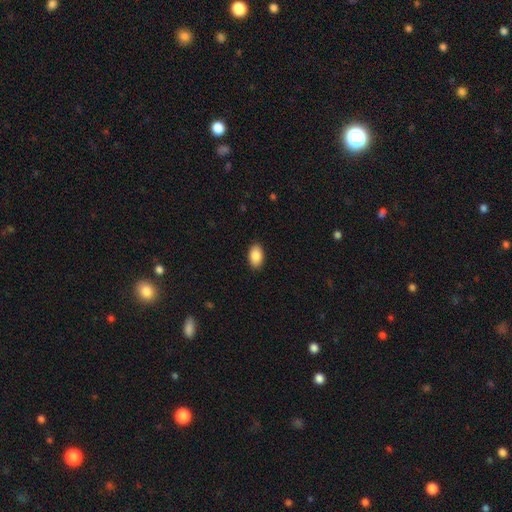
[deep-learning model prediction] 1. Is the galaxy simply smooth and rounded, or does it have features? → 88% smooth, 7% star or artifact, 5% featured or disk.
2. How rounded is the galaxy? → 92% in between, 6% round, 1% cigar-shaped.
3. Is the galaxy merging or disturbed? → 90% none, 8% minor disturbance, 2% major disturbance, 1% merger.